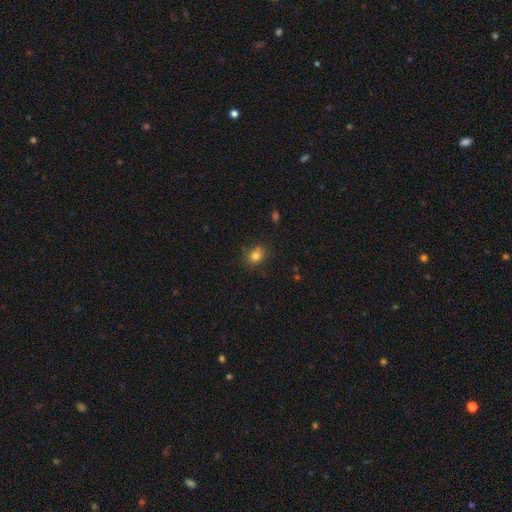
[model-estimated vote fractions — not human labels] Overall: smooth (78%). How rounded: round (53%; in between 45%). Merging: none (71%).